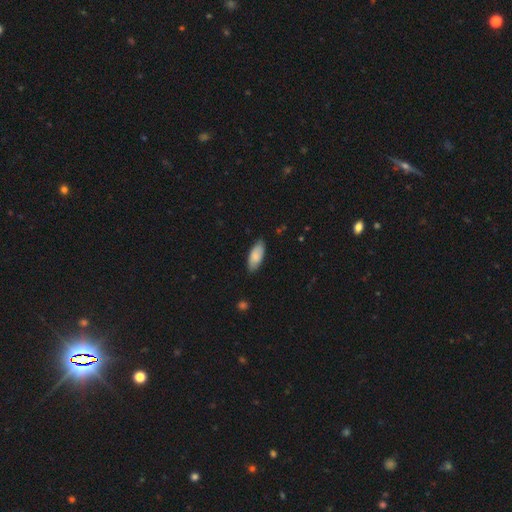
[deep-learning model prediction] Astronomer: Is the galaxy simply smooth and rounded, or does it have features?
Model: smooth — 84%.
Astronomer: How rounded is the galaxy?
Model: in between — 86%.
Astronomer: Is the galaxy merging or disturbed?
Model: none — 82%.